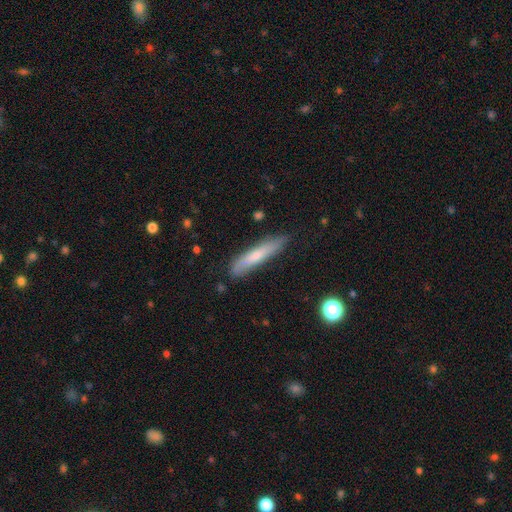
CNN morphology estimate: A smooth galaxy with no disk features (65%) that is cigar-shaped (89%).

Vote fractions:
- Smooth or featured? smooth: 65% / featured or disk: 28% / star or artifact: 7%
- How rounded? cigar-shaped: 89% / in between: 9% / round: 1%
- Merging? none: 81% / minor disturbance: 15% / major disturbance: 3% / merger: 2%